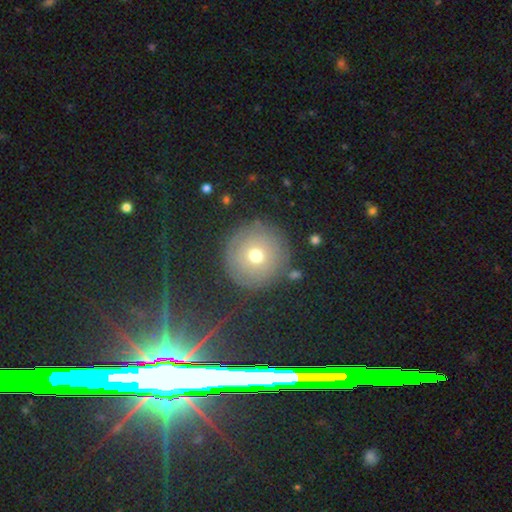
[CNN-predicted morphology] Smooth or featured? smooth (61%)
How rounded? round (95%)
Merging? none (82%)